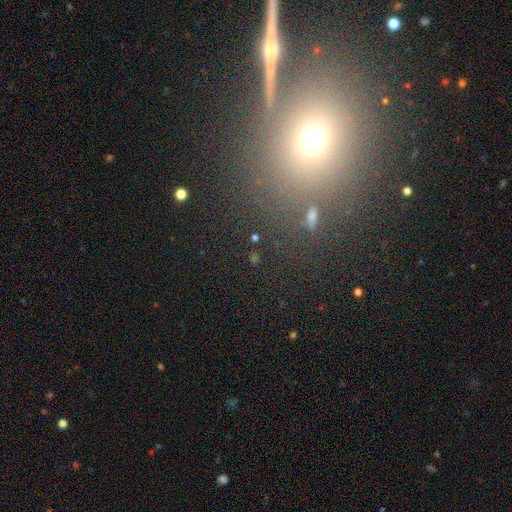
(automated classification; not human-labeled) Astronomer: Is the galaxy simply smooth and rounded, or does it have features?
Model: star or artifact — 47% (runner-up: smooth, 40%).